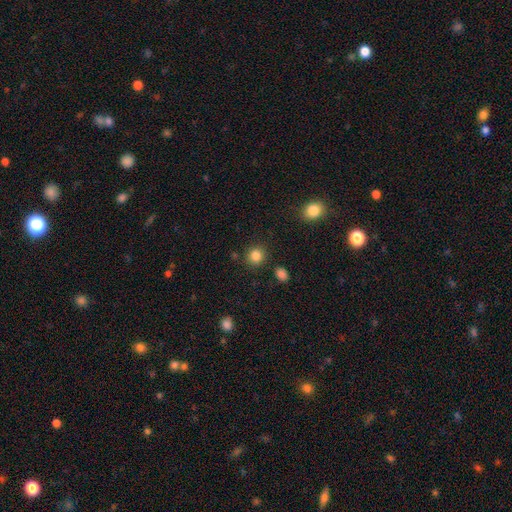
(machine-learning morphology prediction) Smooth or featured?
  - smooth: 84% *
  - star or artifact: 11%
  - featured or disk: 4%
How rounded?
  - round: 85% *
  - in between: 14%
  - cigar-shaped: 1%
Merging?
  - none: 86% *
  - minor disturbance: 8%
  - merger: 4%
  - major disturbance: 3%